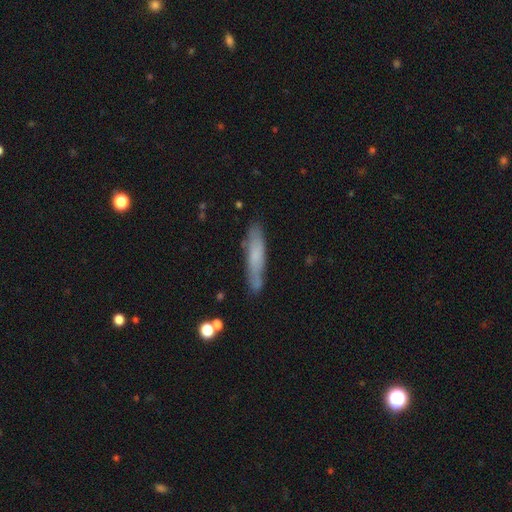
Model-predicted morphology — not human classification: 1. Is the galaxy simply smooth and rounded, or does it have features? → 59% smooth, 33% featured or disk, 8% star or artifact.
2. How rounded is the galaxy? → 85% cigar-shaped, 14% in between, 2% round.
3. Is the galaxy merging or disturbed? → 79% none, 16% minor disturbance, 3% major disturbance, 3% merger.